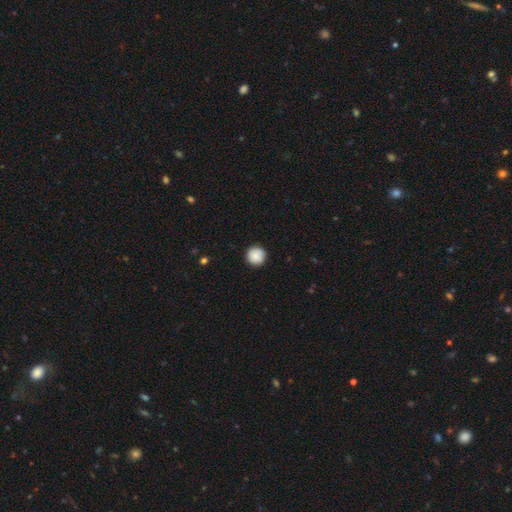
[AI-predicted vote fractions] Overall: smooth (88%). How rounded: round (96%). Merging: none (90%).